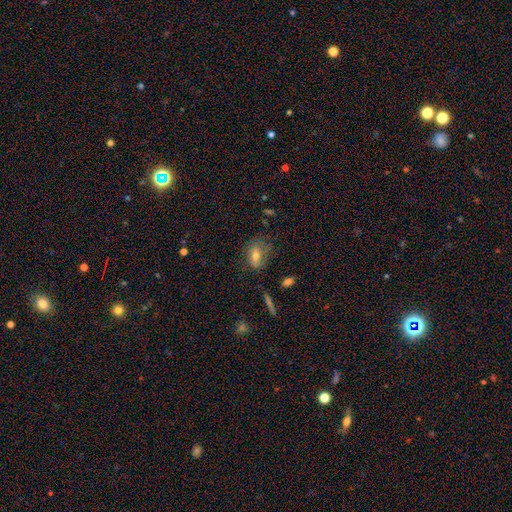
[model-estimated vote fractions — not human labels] smooth_or_featured: smooth (p=0.57) [alt: featured or disk p=0.29]
how_rounded: in between (p=0.75) [alt: round p=0.22]
merging: none (p=0.56) [alt: minor disturbance p=0.27]